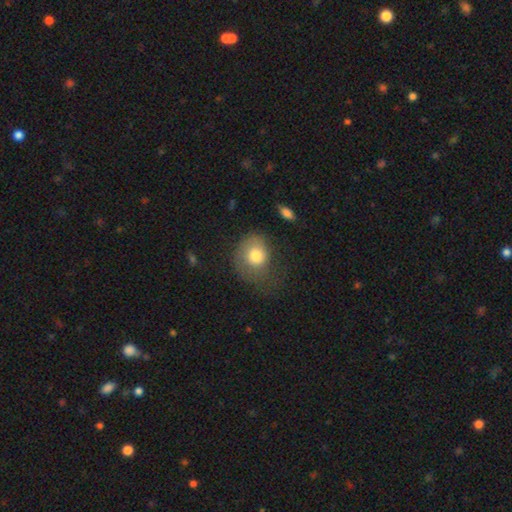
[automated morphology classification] type=smooth (73%); roundness=round (63%); merging=none (37%).